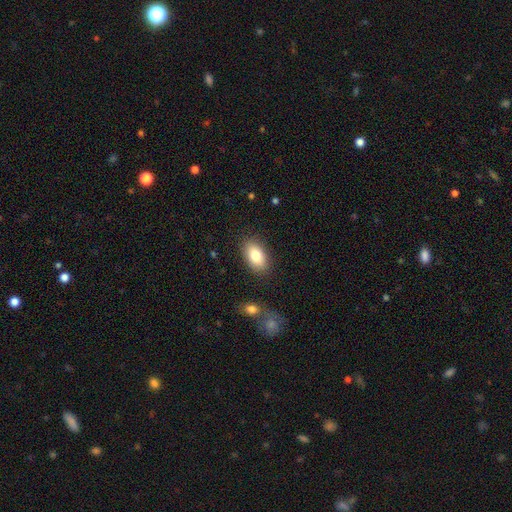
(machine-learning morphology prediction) smooth 83%, featured or disk 10%, star or artifact 7%. Down the decision tree: how rounded — in between (92%); merging — none (86%).